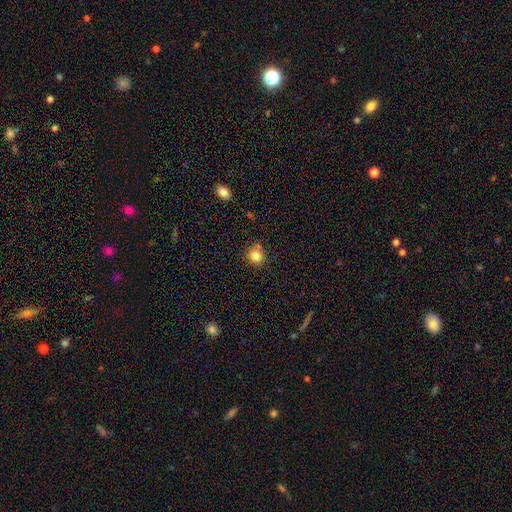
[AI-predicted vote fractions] Smooth or featured: smooth — 83% (star or artifact — 11%)
How rounded: round — 89% (in between — 10%)
Merging: none — 77% (minor disturbance — 14%)